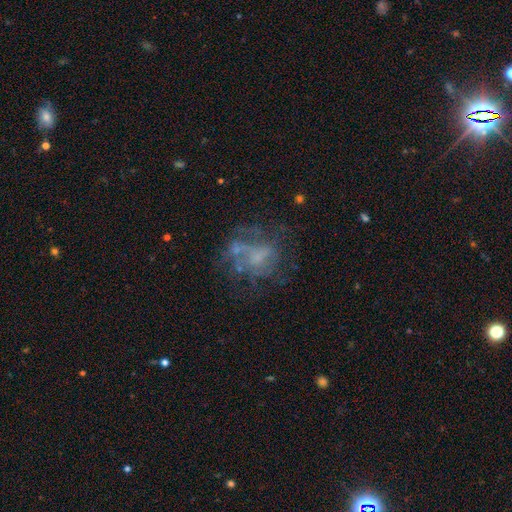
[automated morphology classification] type=featured or disk (61%); edge-on=no (98%); bar=no (77%); spiral arms=no (67%); bulge=none (48%); merging=none (46%).